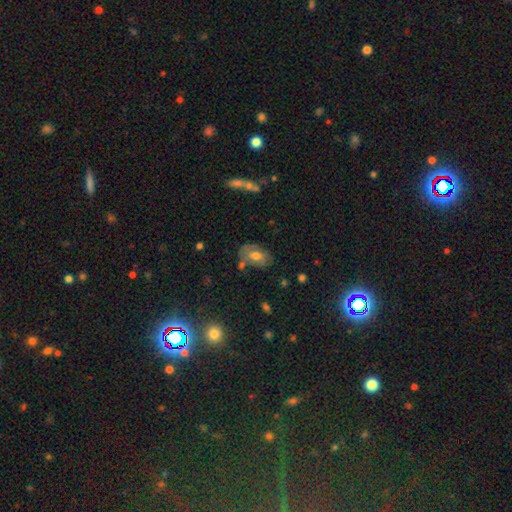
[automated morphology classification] smooth 49%, featured or disk 41%, star or artifact 10%. Down the decision tree: merging — none (58%).